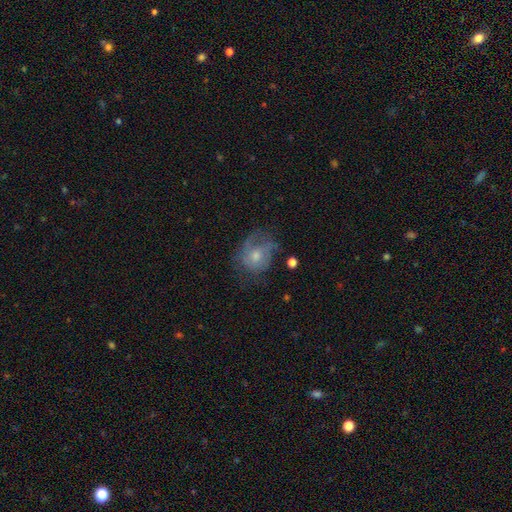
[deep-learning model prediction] This is possibly a featured or disk galaxy (52%). It is clearly not viewed edge-on (96%). Bar: likely no (78%). Spiral arm pattern: likely yes (71%). Central bulge: possibly moderate (57%). Merging: possibly none (55%).